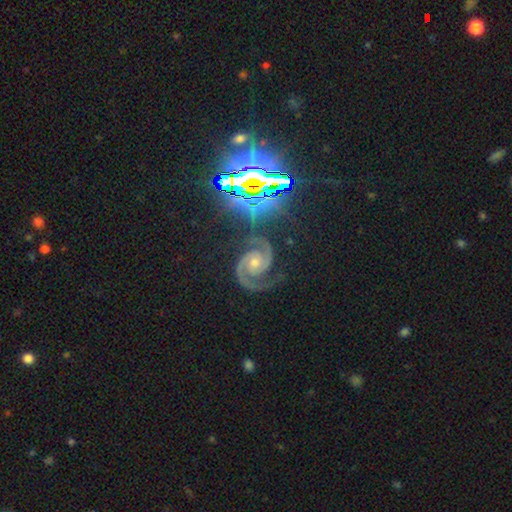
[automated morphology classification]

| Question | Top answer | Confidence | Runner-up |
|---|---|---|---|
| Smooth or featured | featured or disk | 69% | star or artifact (24%) |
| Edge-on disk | no | 97% | yes (3%) |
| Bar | no | 58% | weak (29%) |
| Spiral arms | yes | 97% | no (3%) |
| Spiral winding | medium | 49% | tight (38%) |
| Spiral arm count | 2 | 81% | 1 (6%) |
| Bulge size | moderate | 51% | small (39%) |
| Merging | none | 67% | minor disturbance (15%) |